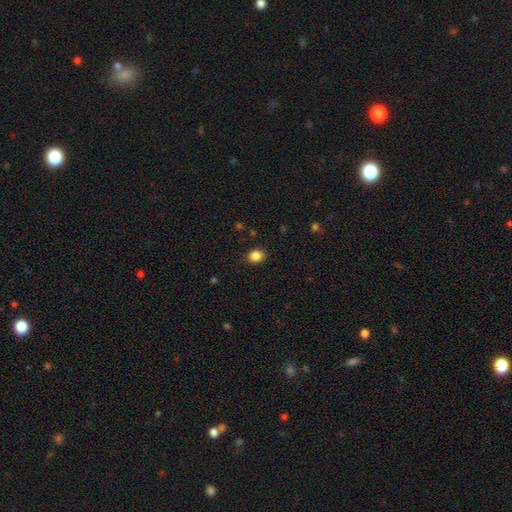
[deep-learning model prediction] This is clearly a smooth galaxy (86%). How rounded: likely round (61%). Merging: clearly none (88%).